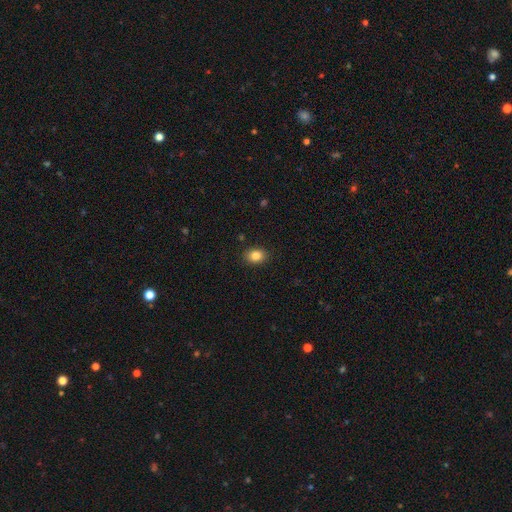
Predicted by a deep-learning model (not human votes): Smooth or featured: smooth — 85% (star or artifact — 9%)
How rounded: in between — 68% (round — 31%)
Merging: none — 88% (minor disturbance — 9%)